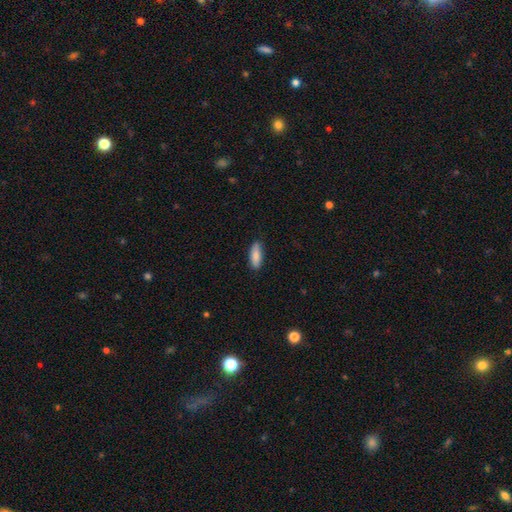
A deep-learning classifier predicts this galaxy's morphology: A smooth galaxy with no disk features (87%) that is in between round and cigar-shaped (65%). Merging: none (86%).